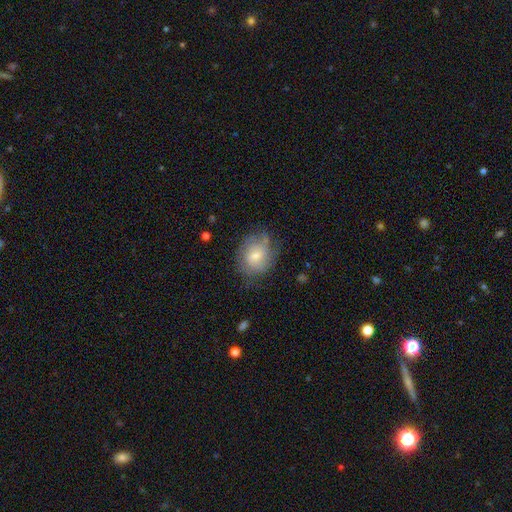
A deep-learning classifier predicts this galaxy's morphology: Smooth or featured?
  - smooth: 56% *
  - featured or disk: 36%
  - star or artifact: 8%
How rounded?
  - round: 60% *
  - in between: 39%
  - cigar-shaped: 1%
Merging?
  - none: 61% *
  - minor disturbance: 26%
  - major disturbance: 11%
  - merger: 2%